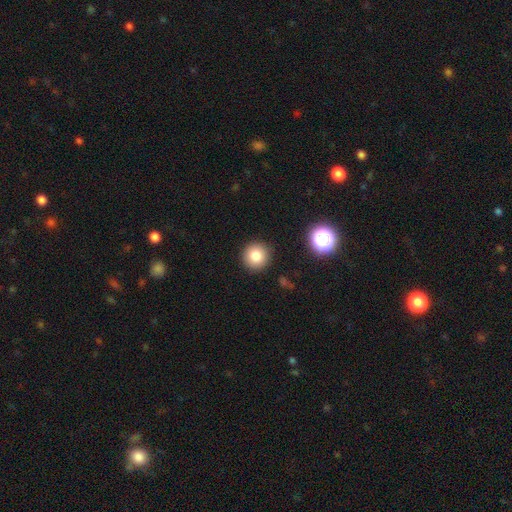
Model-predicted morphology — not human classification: This is clearly a smooth galaxy (81%). How rounded: clearly round (94%). Merging: clearly none (91%).